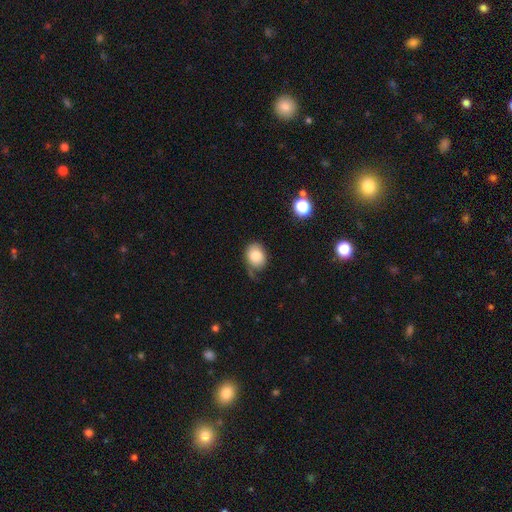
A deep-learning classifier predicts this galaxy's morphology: Q: Smooth or featured?
A: smooth (82%); runner-up: featured or disk (9%)
Q: How rounded?
A: in between (54%); runner-up: round (46%)
Q: Merging?
A: none (58%); runner-up: minor disturbance (28%)